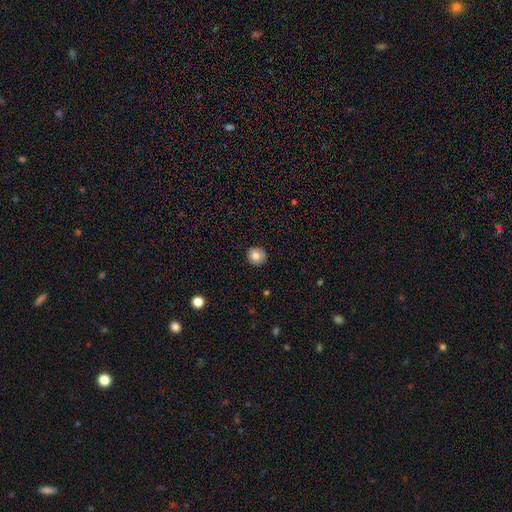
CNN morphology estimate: Smooth or featured: smooth — 82% (star or artifact — 9%)
How rounded: round — 95% (in between — 4%)
Merging: none — 91% (minor disturbance — 6%)